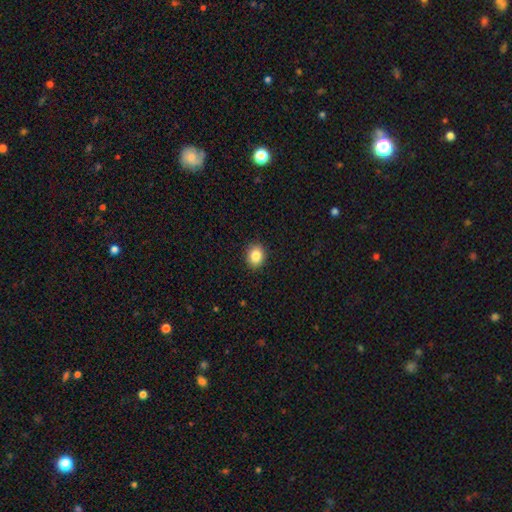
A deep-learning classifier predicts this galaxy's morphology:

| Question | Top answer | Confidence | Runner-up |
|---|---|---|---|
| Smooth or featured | smooth | 85% | star or artifact (9%) |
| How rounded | round | 60% | in between (39%) |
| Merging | none | 91% | minor disturbance (7%) |